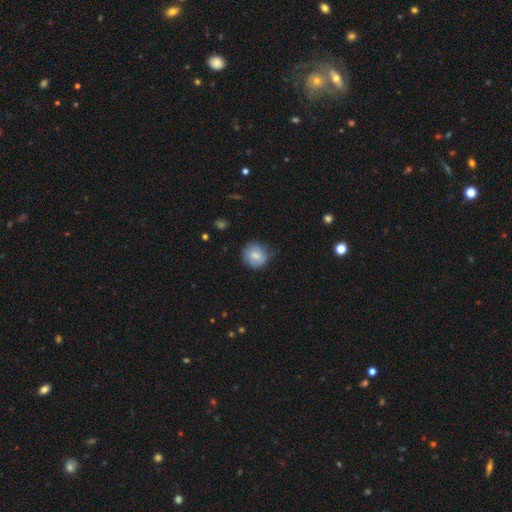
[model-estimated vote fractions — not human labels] This appears to be a smooth galaxy with no disk features (81%) that is round (85%). Merging: none (73%).